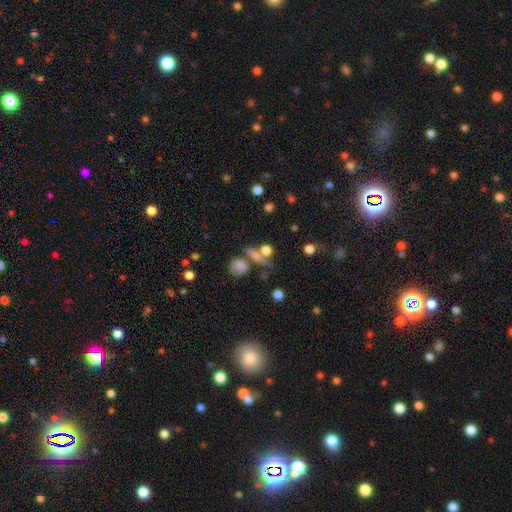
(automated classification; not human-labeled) Smooth or featured?
  - smooth: 64% *
  - featured or disk: 19%
  - star or artifact: 17%
How rounded?
  - round: 45% *
  - in between: 32%
  - cigar-shaped: 23%
Merging?
  - none: 51% *
  - merger: 28%
  - minor disturbance: 13%
  - major disturbance: 9%